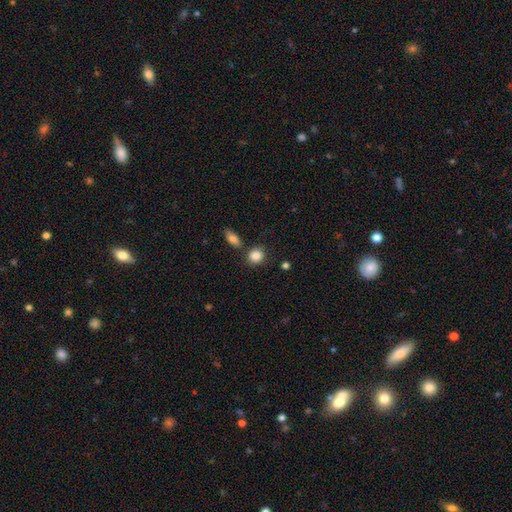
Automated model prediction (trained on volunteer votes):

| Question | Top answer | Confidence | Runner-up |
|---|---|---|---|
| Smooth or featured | smooth | 85% | star or artifact (8%) |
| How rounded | round | 74% | in between (24%) |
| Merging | none | 76% | merger (11%) |